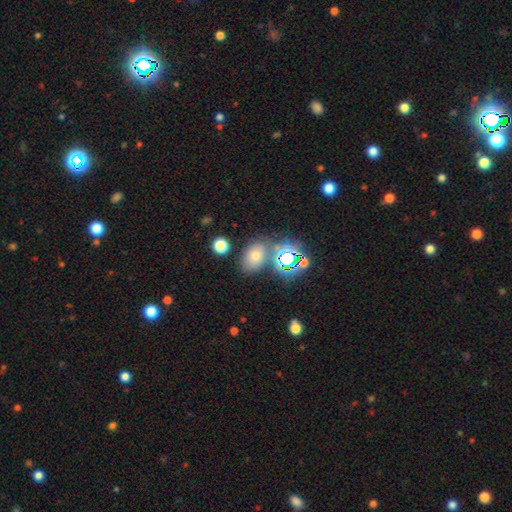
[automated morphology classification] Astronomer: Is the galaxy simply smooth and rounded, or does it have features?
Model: smooth — 55% (runner-up: star or artifact, 31%).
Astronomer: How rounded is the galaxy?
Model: in between — 70%.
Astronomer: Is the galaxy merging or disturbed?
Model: none — 68%.